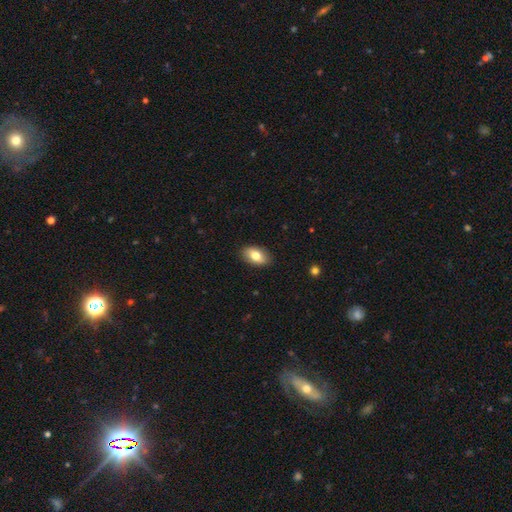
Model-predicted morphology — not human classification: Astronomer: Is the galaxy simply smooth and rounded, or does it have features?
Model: smooth — 78%.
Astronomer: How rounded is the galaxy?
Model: in between — 91%.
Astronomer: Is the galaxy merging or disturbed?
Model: none — 88%.